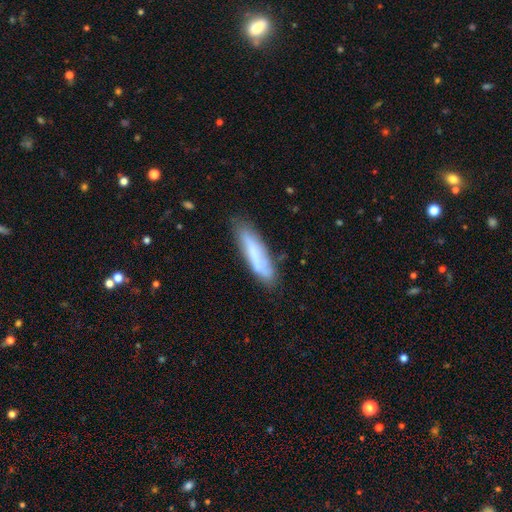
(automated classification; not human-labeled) Overall: smooth (61%; featured or disk 31%). How rounded: cigar-shaped (76%). Merging: none (70%).